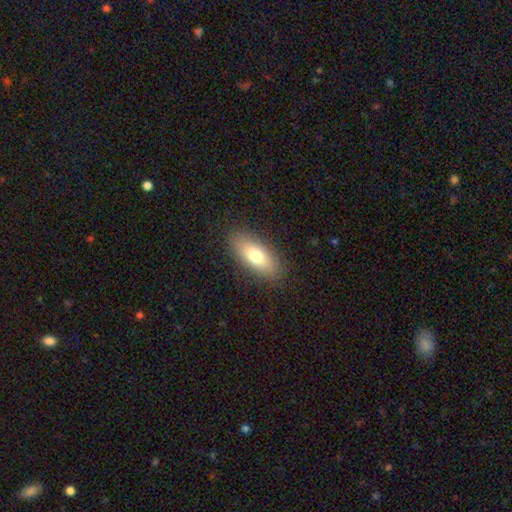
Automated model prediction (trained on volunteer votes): Morphology: type=smooth (72%); roundness=in between (79%); merging=none (87%).